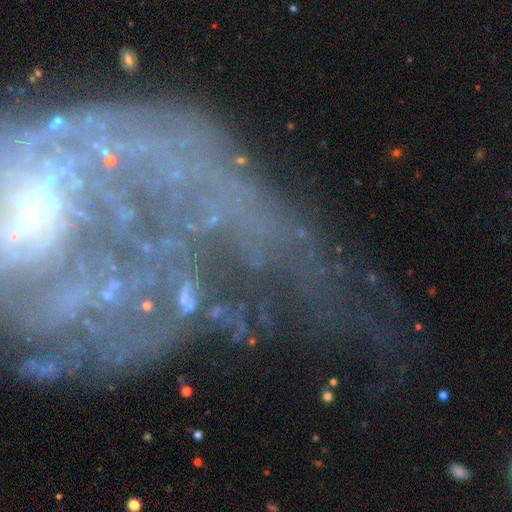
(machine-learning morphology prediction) Smooth or featured: featured or disk — 60% (star or artifact — 27%)
Edge-on disk: no — 90% (yes — 10%)
Bar: no — 55% (weak — 25%)
Spiral arms: yes — 71% (no — 29%)
Bulge size: small — 46% (moderate — 22%)
Merging: none — 50% (major disturbance — 24%)